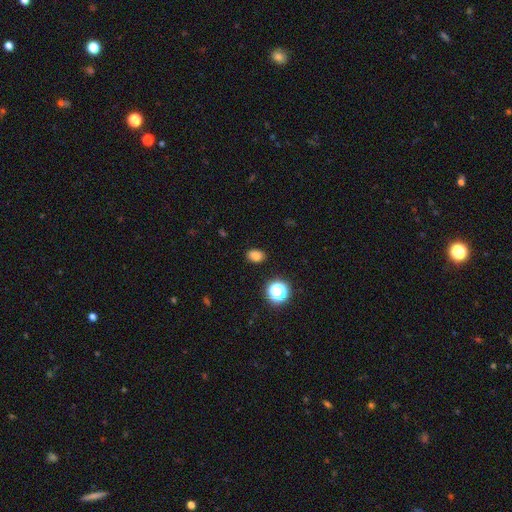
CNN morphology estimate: Q: Smooth or featured?
A: smooth (80%); runner-up: star or artifact (15%)
Q: How rounded?
A: in between (71%); runner-up: round (28%)
Q: Merging?
A: none (88%); runner-up: minor disturbance (9%)